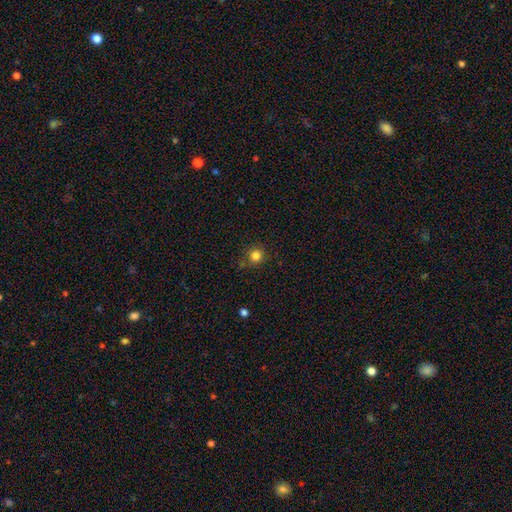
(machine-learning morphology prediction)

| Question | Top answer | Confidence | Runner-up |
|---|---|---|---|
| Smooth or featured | smooth | 82% | star or artifact (13%) |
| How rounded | round | 92% | in between (7%) |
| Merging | none | 84% | minor disturbance (10%) |